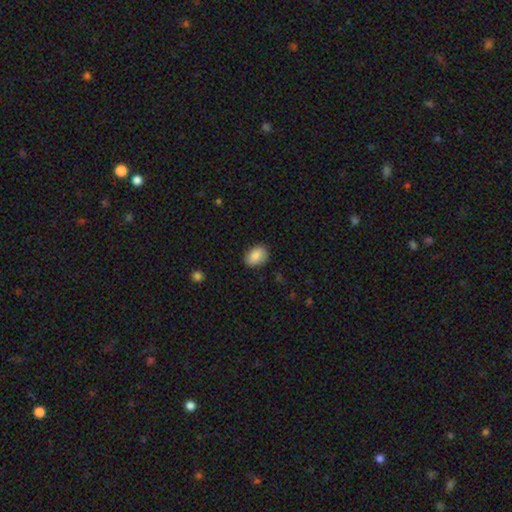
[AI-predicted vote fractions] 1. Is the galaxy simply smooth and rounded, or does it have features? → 85% smooth, 8% featured or disk, 7% star or artifact.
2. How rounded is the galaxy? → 77% in between, 21% round, 1% cigar-shaped.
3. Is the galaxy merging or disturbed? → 82% none, 14% minor disturbance, 3% major disturbance, 1% merger.